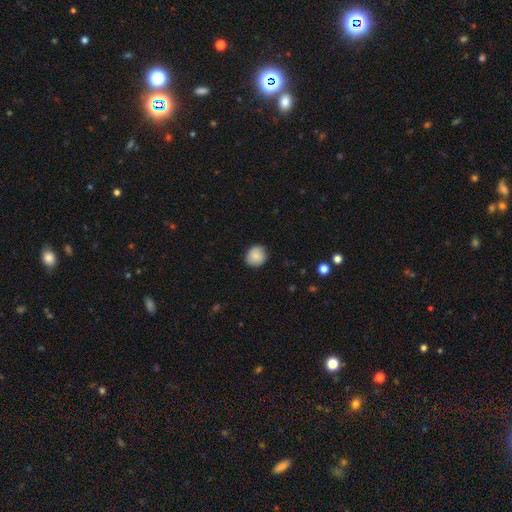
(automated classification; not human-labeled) smooth_or_featured: smooth (p=0.86) [alt: star or artifact p=0.08]
how_rounded: round (p=0.84) [alt: in between p=0.15]
merging: none (p=0.85) [alt: minor disturbance p=0.12]